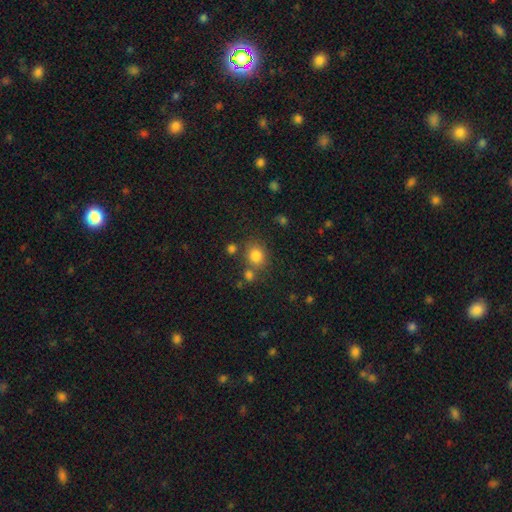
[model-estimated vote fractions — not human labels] Morphology: type=smooth (81%); roundness=round (75%); merging=none (69%).